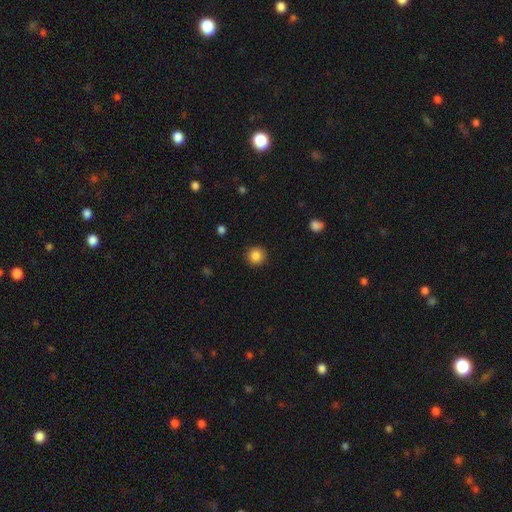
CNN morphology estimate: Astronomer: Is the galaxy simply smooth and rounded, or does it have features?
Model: smooth — 86%.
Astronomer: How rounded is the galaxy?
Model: round — 92%.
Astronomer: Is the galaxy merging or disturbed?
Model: none — 91%.